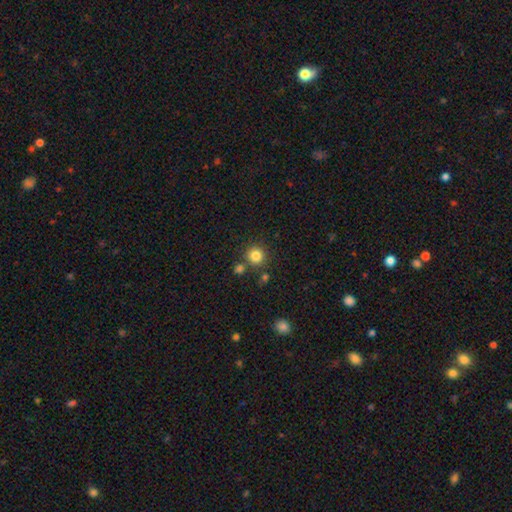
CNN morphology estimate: Overall: smooth (84%). How rounded: round (93%). Merging: none (79%).